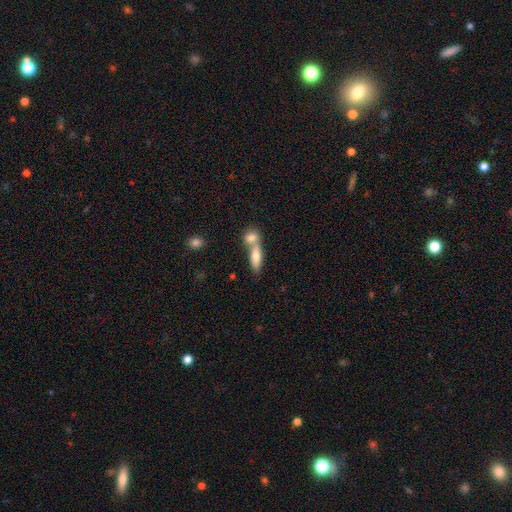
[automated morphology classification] Smooth or featured? Predicted: smooth (p=0.74). How rounded? Predicted: in between (p=0.52). Merging? Predicted: merger (p=0.59).